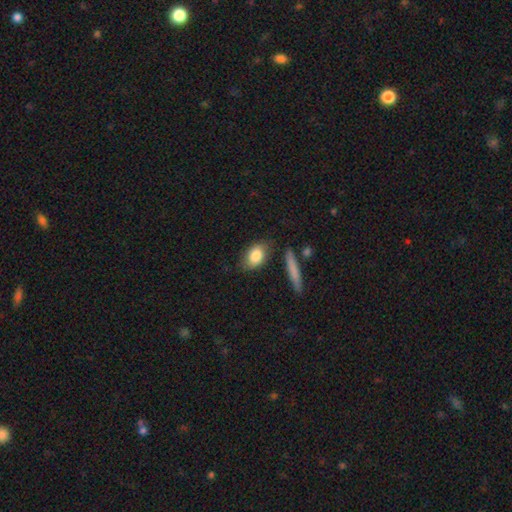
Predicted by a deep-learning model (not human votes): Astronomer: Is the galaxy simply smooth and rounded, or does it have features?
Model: smooth — 83%.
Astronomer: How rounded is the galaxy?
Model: in between — 81%.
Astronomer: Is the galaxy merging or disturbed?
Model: none — 74%.